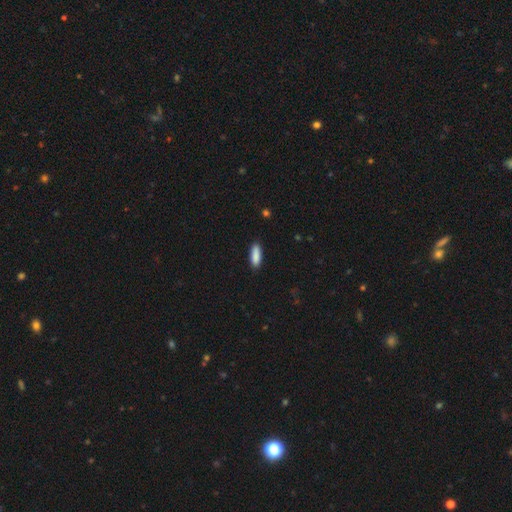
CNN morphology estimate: A smooth galaxy with no disk features (89%) that is in between round and cigar-shaped (63%). Merging: none (87%).